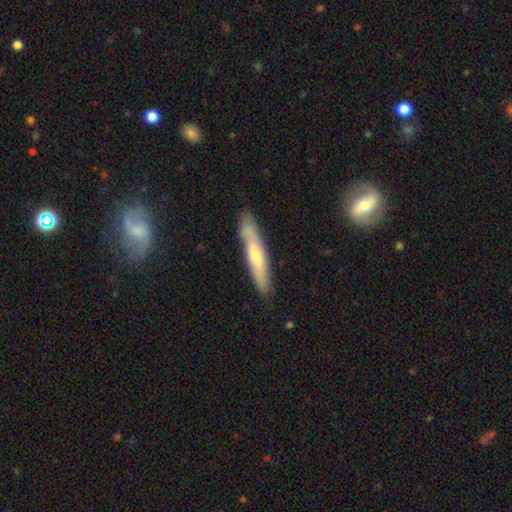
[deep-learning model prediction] This appears to be a featured or disk galaxy (49%). Merging: none (79%).